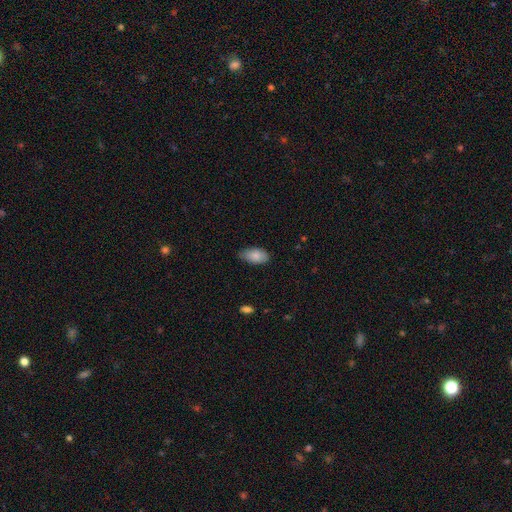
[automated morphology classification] This is clearly a smooth galaxy (84%). How rounded: clearly in between (94%). Merging: likely none (72%).